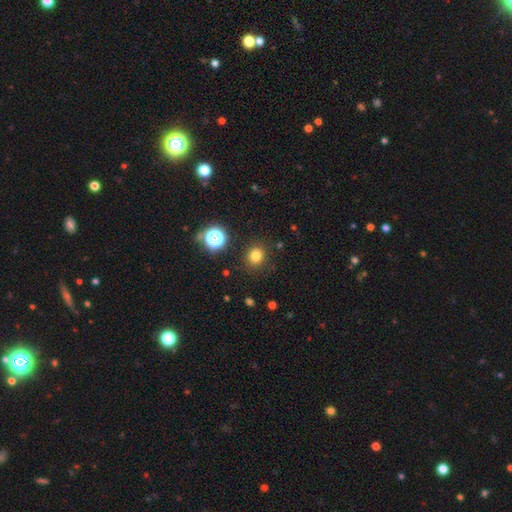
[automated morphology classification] smooth_or_featured: smooth (p=0.79) [alt: star or artifact p=0.16]
how_rounded: round (p=0.84) [alt: in between p=0.15]
merging: none (p=0.88) [alt: minor disturbance p=0.07]